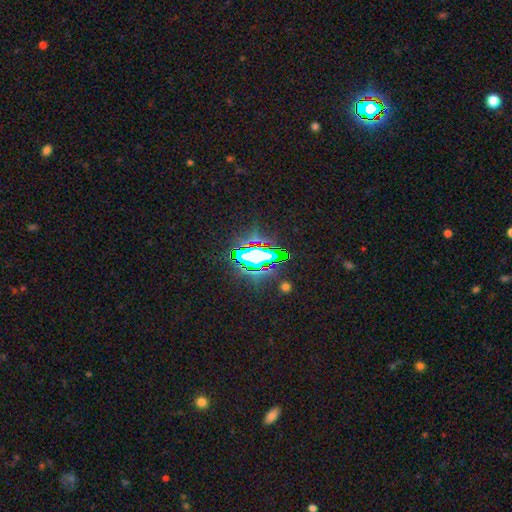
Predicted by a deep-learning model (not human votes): Smooth or featured?
  - star or artifact: 66% *
  - smooth: 20%
  - featured or disk: 14%